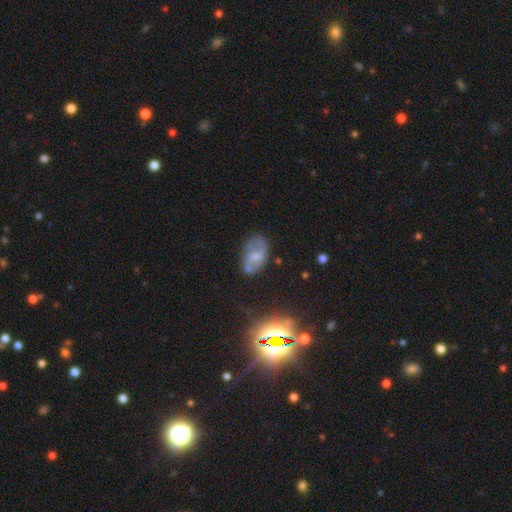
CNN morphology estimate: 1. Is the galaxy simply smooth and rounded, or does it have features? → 58% featured or disk, 32% smooth, 10% star or artifact.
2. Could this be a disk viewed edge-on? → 96% no, 4% yes.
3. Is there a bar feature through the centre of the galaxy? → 46% weak, 43% no, 11% strong.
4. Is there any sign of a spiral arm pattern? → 75% yes, 25% no.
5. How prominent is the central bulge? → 40% small, 28% none, 27% moderate, 3% large, 1% dominant.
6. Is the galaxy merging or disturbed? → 54% none, 24% minor disturbance, 13% major disturbance, 8% merger.